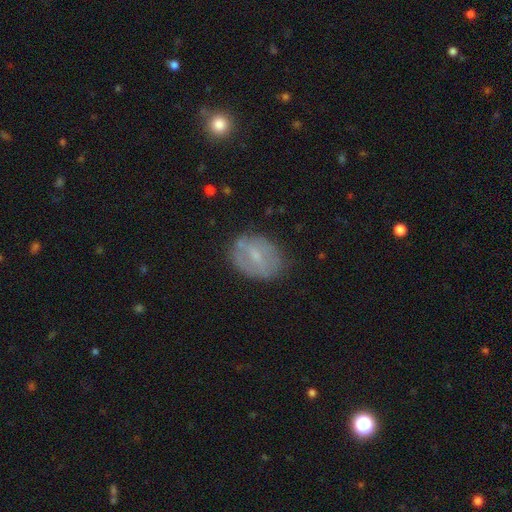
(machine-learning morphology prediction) A featured or disk galaxy (46%).

Vote fractions:
- Smooth or featured? featured or disk: 46% / smooth: 45% / star or artifact: 9%
- Merging? none: 71% / minor disturbance: 19% / major disturbance: 7% / merger: 2%